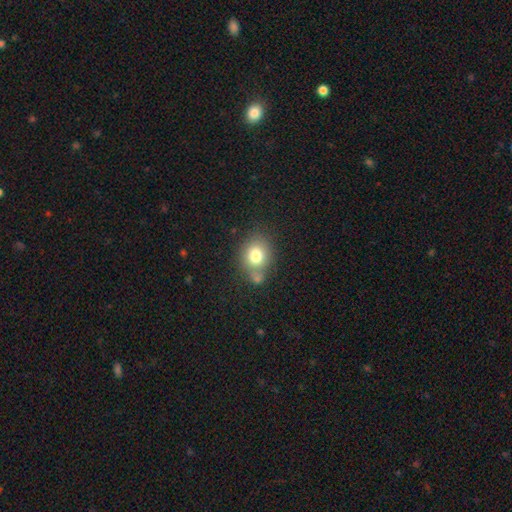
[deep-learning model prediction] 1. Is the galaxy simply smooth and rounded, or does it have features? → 77% smooth, 12% featured or disk, 11% star or artifact.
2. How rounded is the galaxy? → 62% round, 37% in between, 1% cigar-shaped.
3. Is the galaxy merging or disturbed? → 60% none, 19% merger, 16% minor disturbance, 5% major disturbance.